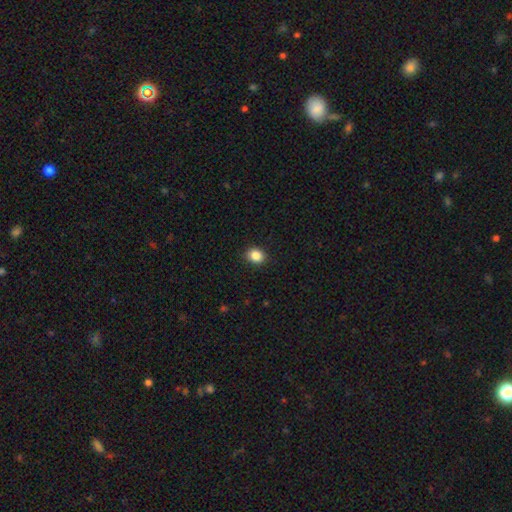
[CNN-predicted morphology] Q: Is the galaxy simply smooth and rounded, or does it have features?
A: smooth — 86%.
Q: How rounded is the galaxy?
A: round — 59%.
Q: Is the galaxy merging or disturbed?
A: none — 89%.